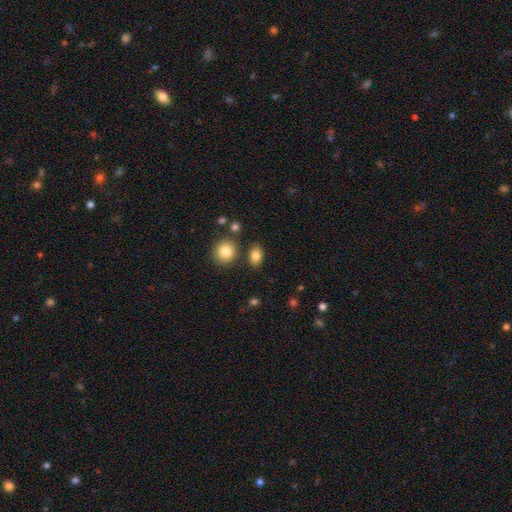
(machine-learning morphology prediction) A smooth galaxy with no disk features (84%) that is in between round and cigar-shaped (71%).

Vote fractions:
- Smooth or featured? smooth: 84% / star or artifact: 10% / featured or disk: 6%
- How rounded? in between: 71% / round: 27% / cigar-shaped: 2%
- Merging? none: 81% / minor disturbance: 10% / merger: 6% / major disturbance: 3%